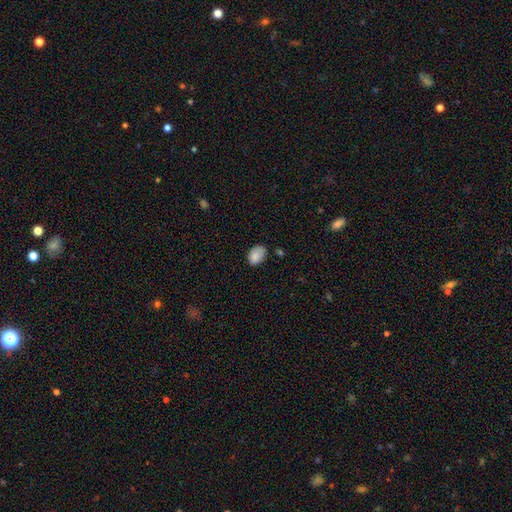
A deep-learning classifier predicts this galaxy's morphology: Smooth or featured? smooth (84%)
How rounded? in between (83%)
Merging? none (61%)